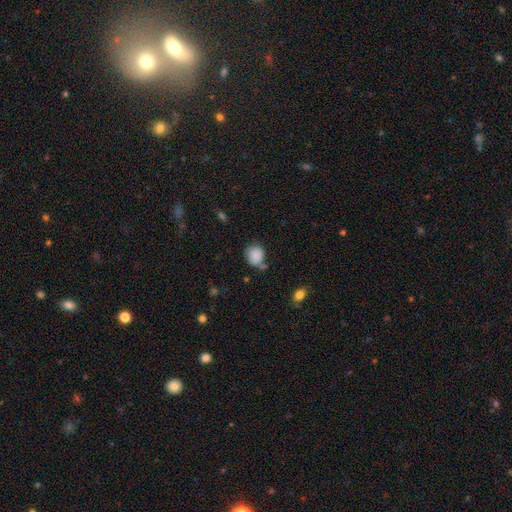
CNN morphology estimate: Q: Smooth or featured?
A: smooth (86%); runner-up: star or artifact (9%)
Q: How rounded?
A: round (75%); runner-up: in between (24%)
Q: Merging?
A: none (61%); runner-up: minor disturbance (21%)